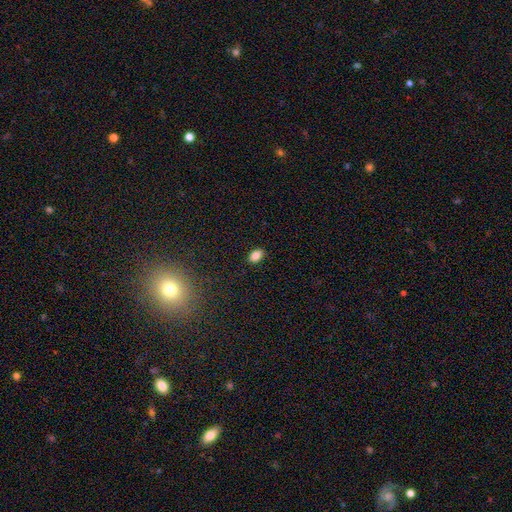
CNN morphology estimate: Overall: smooth (85%). How rounded: in between (86%). Merging: none (89%).